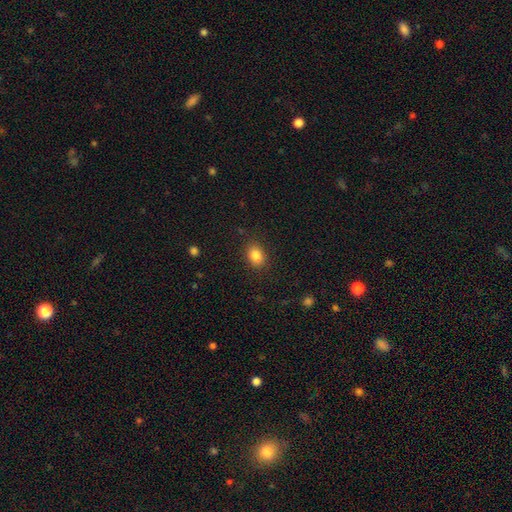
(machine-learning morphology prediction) Smooth or featured?
  - smooth: 85% *
  - star or artifact: 9%
  - featured or disk: 6%
How rounded?
  - in between: 74% *
  - round: 25%
  - cigar-shaped: 1%
Merging?
  - none: 86% *
  - minor disturbance: 10%
  - major disturbance: 3%
  - merger: 1%